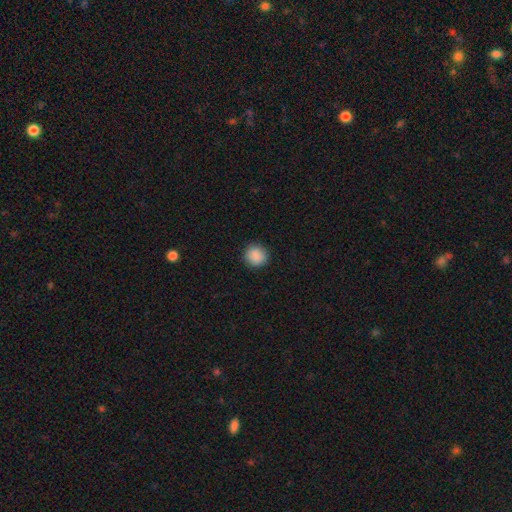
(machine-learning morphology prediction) A smooth galaxy with no disk features (89%) that is round (92%).

Vote fractions:
- Smooth or featured? smooth: 89% / star or artifact: 8% / featured or disk: 3%
- How rounded? round: 92% / in between: 7% / cigar-shaped: 1%
- Merging? none: 91% / minor disturbance: 6% / major disturbance: 2% / merger: 1%